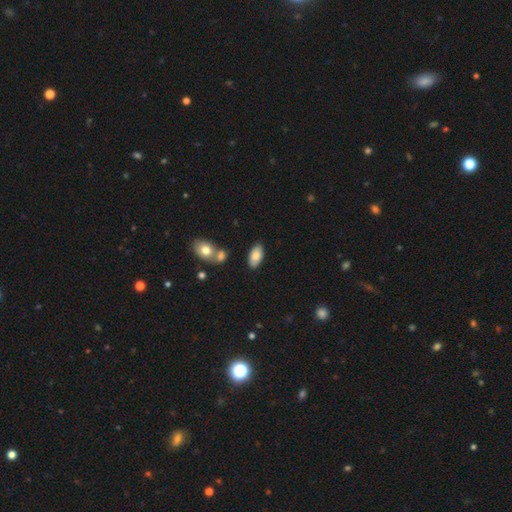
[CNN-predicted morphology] A smooth galaxy with no disk features (79%) that is in between round and cigar-shaped (94%).

Vote fractions:
- Smooth or featured? smooth: 79% / featured or disk: 15% / star or artifact: 7%
- How rounded? in between: 94% / cigar-shaped: 3% / round: 2%
- Merging? none: 79% / minor disturbance: 11% / merger: 7% / major disturbance: 3%